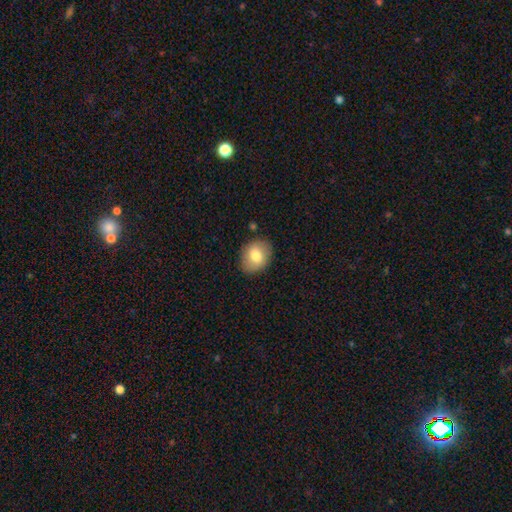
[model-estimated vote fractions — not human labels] Smooth or featured: smooth — 76% (featured or disk — 16%)
How rounded: in between — 58% (round — 41%)
Merging: none — 85% (minor disturbance — 11%)